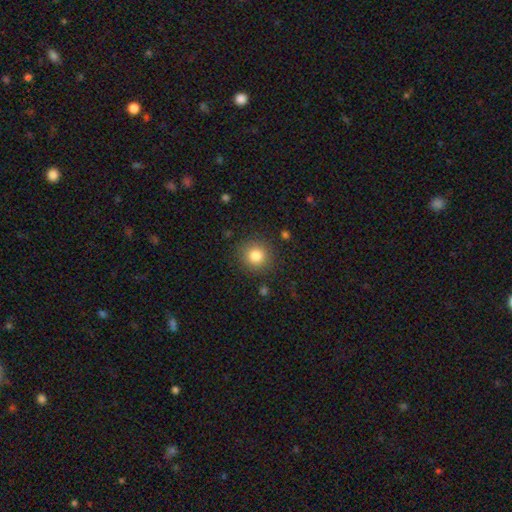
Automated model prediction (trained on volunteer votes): Smooth or featured? smooth (82%)
How rounded? round (93%)
Merging? none (89%)